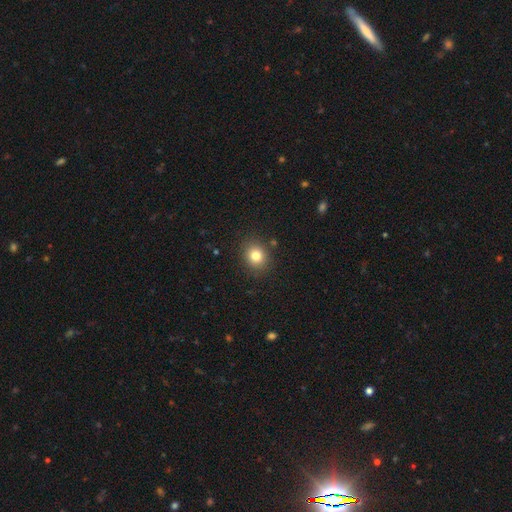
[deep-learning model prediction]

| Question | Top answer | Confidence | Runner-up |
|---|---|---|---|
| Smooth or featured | smooth | 80% | star or artifact (12%) |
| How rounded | round | 71% | in between (28%) |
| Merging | none | 87% | minor disturbance (9%) |